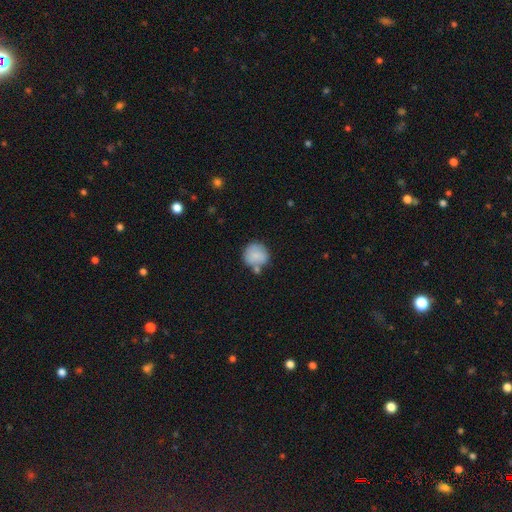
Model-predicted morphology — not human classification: A smooth galaxy with no disk features (82%) that is round (90%).

Vote fractions:
- Smooth or featured? smooth: 82% / featured or disk: 10% / star or artifact: 8%
- How rounded? round: 90% / in between: 9% / cigar-shaped: 1%
- Merging? none: 57% / minor disturbance: 19% / merger: 18% / major disturbance: 6%